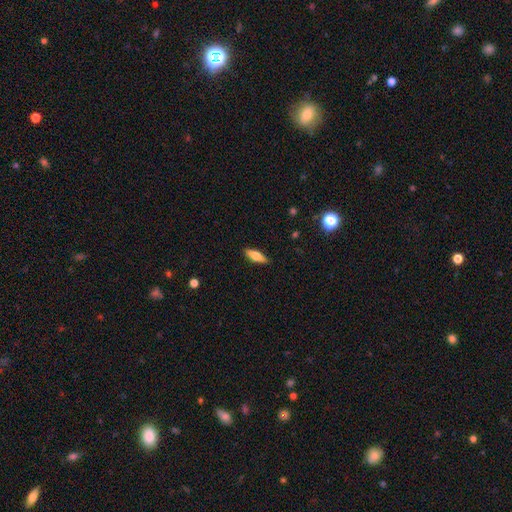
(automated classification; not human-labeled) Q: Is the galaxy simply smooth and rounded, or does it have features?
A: smooth — 71%.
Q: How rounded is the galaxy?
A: in between — 57%.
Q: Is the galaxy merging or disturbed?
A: none — 89%.